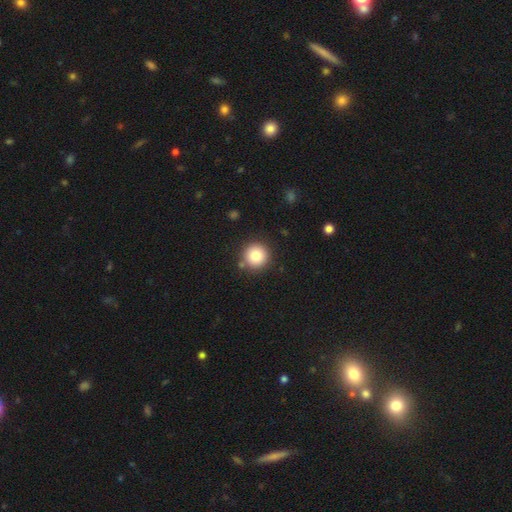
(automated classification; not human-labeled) Smooth or featured? Predicted: smooth (p=0.85). How rounded? Predicted: round (p=0.95). Merging? Predicted: none (p=0.87).